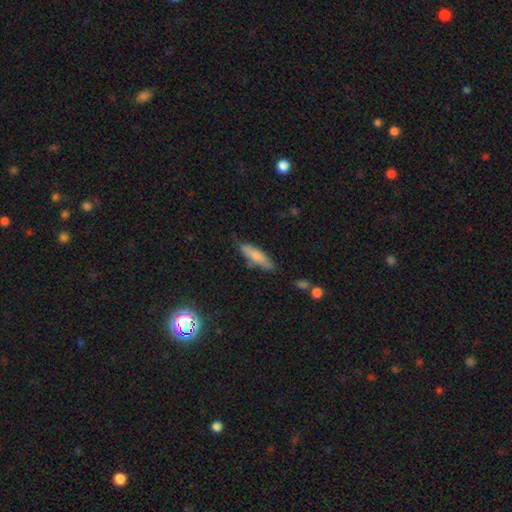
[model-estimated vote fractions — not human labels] Morphology: type=smooth (74%); roundness=cigar-shaped (67%); merging=none (75%).